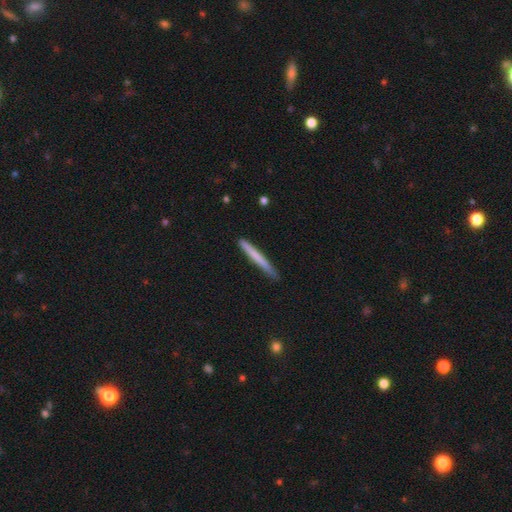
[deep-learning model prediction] Morphology: type=smooth (68%); roundness=cigar-shaped (97%); merging=none (85%).